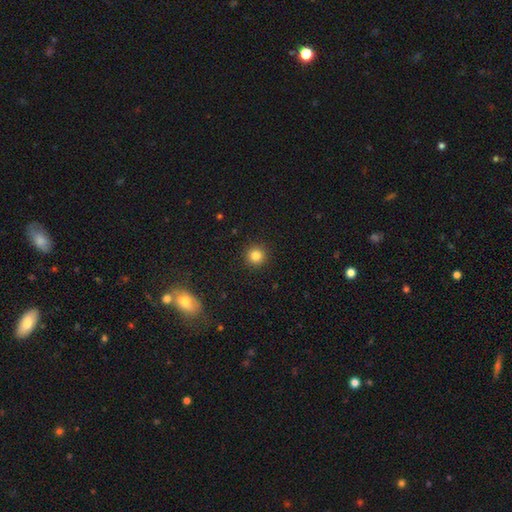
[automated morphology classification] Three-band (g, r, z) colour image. It shows a smooth galaxy with no disk features (82%) that is round (95%). Merging: none (92%).